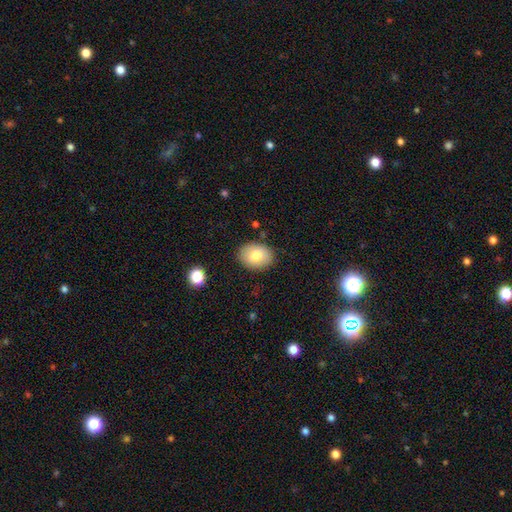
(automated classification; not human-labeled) Overall: smooth (76%). How rounded: in between (68%; round 31%). Merging: none (86%).